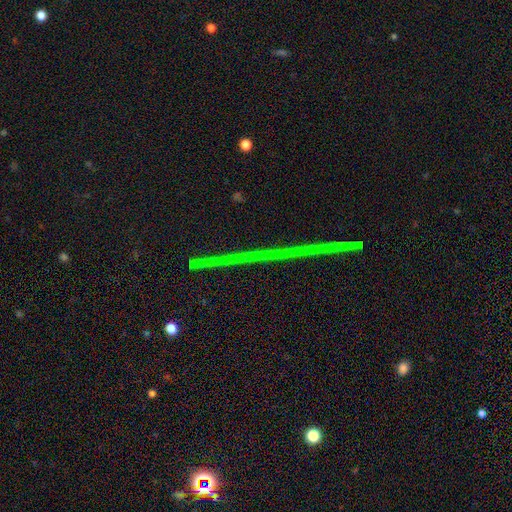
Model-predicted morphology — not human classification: Smooth or featured?
  - star or artifact: 82% *
  - featured or disk: 11%
  - smooth: 6%